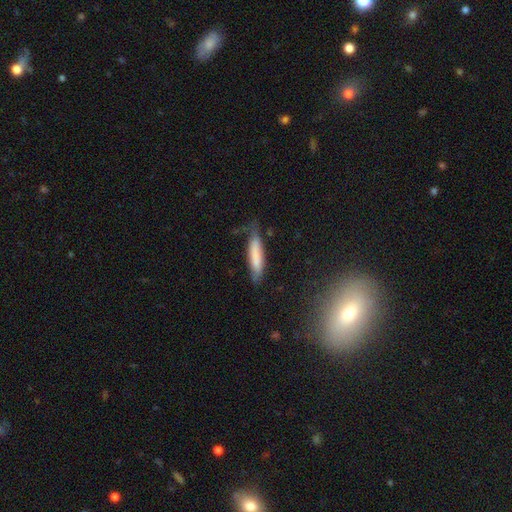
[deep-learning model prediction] smooth-or-featured: smooth: 74% | featured or disk: 20% | star or artifact: 6%
  how-rounded: cigar-shaped: 79% | in between: 19% | round: 2%
  merging: none: 57% | minor disturbance: 31% | major disturbance: 9% | merger: 3%